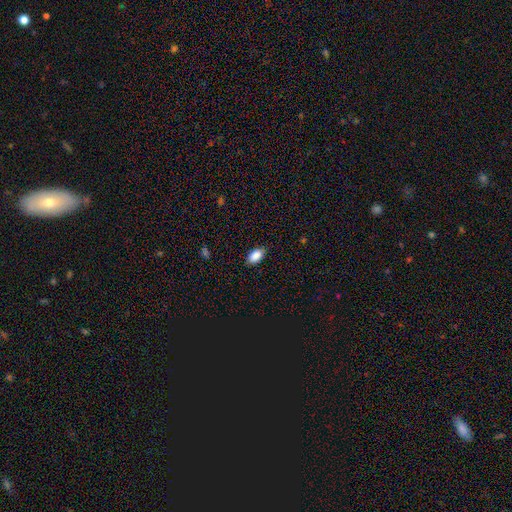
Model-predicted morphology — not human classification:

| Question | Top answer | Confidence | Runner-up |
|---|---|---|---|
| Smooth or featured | smooth | 89% | star or artifact (7%) |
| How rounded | in between | 93% | round (5%) |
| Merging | none | 85% | minor disturbance (11%) |